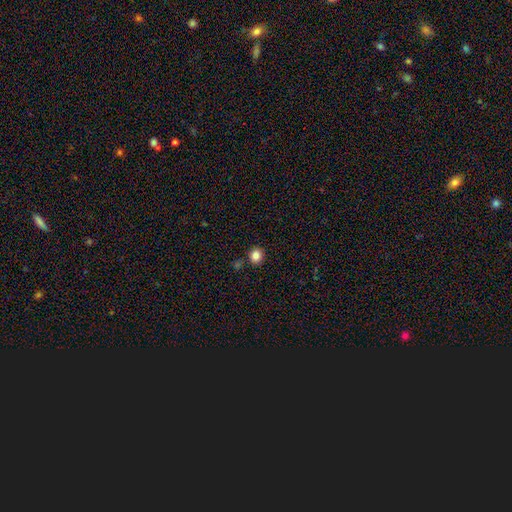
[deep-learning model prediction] smooth_or_featured: smooth (p=0.84) [alt: star or artifact p=0.12]
how_rounded: round (p=0.84) [alt: in between p=0.15]
merging: none (p=0.87) [alt: minor disturbance p=0.07]